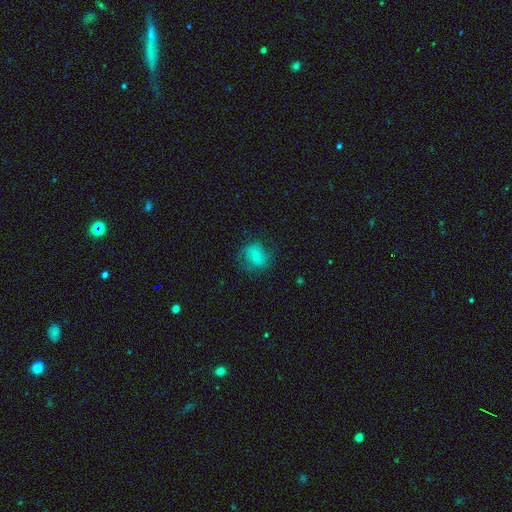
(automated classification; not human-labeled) Q: Smooth or featured?
A: smooth (46%); runner-up: featured or disk (39%)
Q: Merging?
A: none (75%); runner-up: minor disturbance (16%)